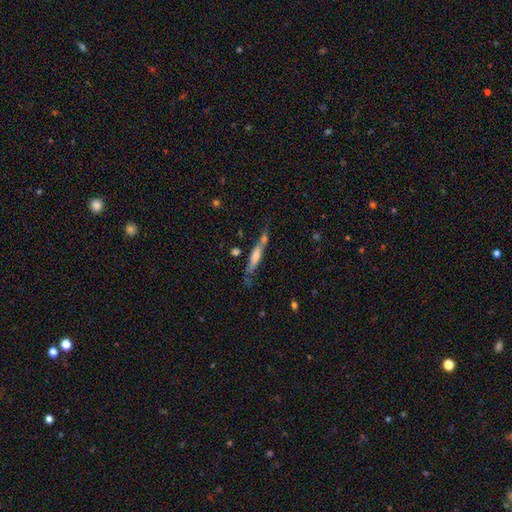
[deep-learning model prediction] Smooth or featured? featured or disk (51%)
Edge-on disk? yes (85%)
Merging? none (57%)